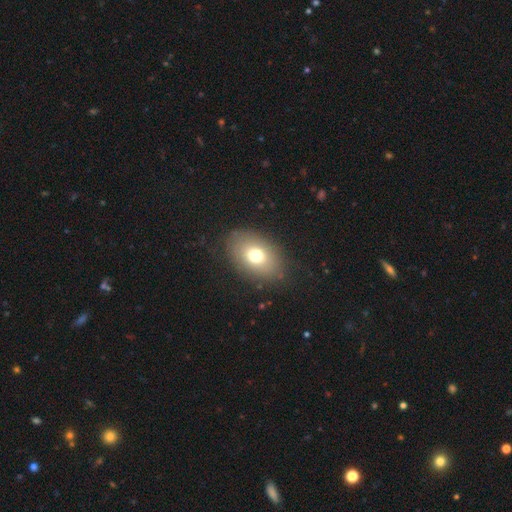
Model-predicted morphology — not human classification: Smooth or featured? smooth (72%)
How rounded? in between (81%)
Merging? none (83%)